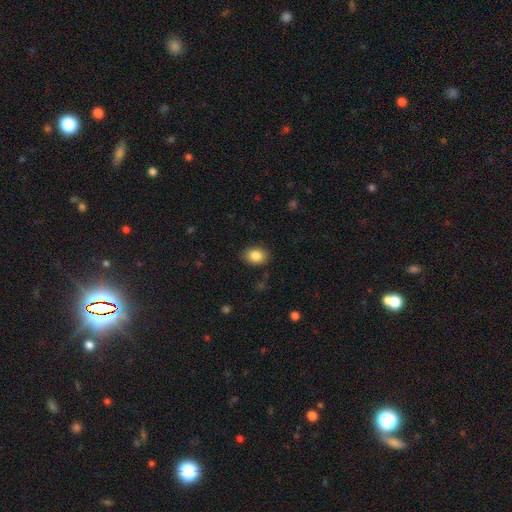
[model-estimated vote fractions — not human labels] smooth 85%, star or artifact 8%, featured or disk 6%. Down the decision tree: how rounded — in between (72%); merging — none (87%).